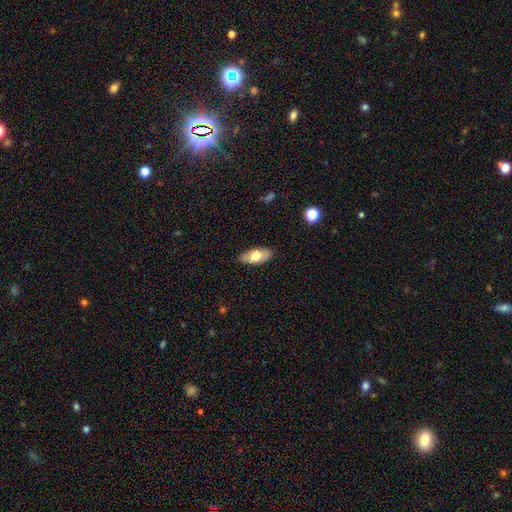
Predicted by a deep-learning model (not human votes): A smooth galaxy with no disk features (66%) that is in between round and cigar-shaped (88%).

Vote fractions:
- Smooth or featured? smooth: 66% / featured or disk: 28% / star or artifact: 6%
- How rounded? in between: 88% / cigar-shaped: 9% / round: 3%
- Merging? none: 86% / minor disturbance: 11% / major disturbance: 2% / merger: 1%